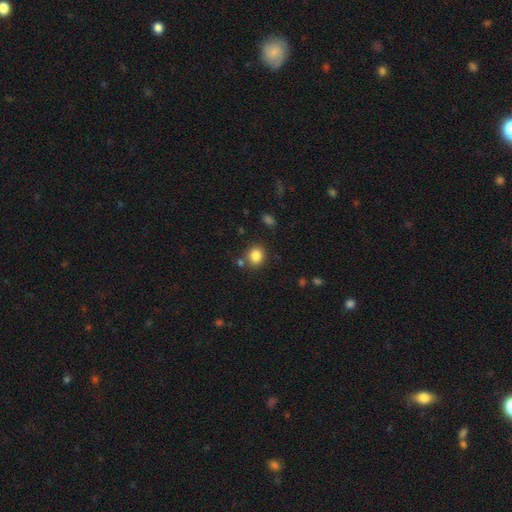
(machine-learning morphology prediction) A smooth galaxy with no disk features (85%) that is round (67%). Merging: none (78%).